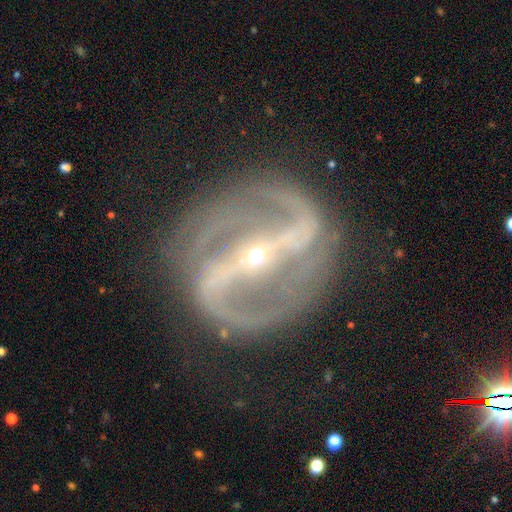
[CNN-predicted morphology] A featured or disk galaxy (91%) with a strong bar (80%), 2 (88%) medium (51%) spiral arms (94%) and a small central bulge (87%). Merging: none (78%).